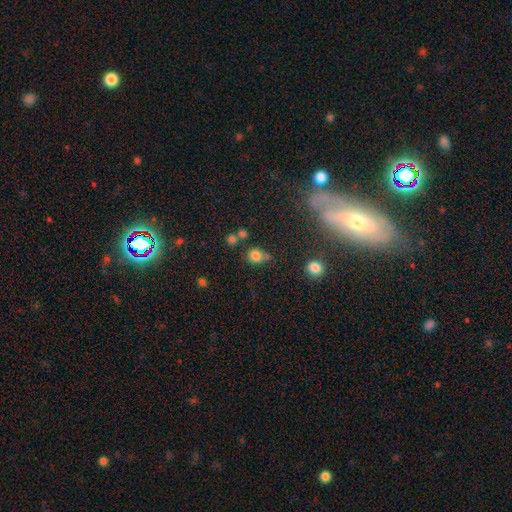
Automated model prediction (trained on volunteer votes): Q: Smooth or featured?
A: smooth (79%); runner-up: star or artifact (14%)
Q: How rounded?
A: round (82%); runner-up: in between (17%)
Q: Merging?
A: none (62%); runner-up: merger (19%)